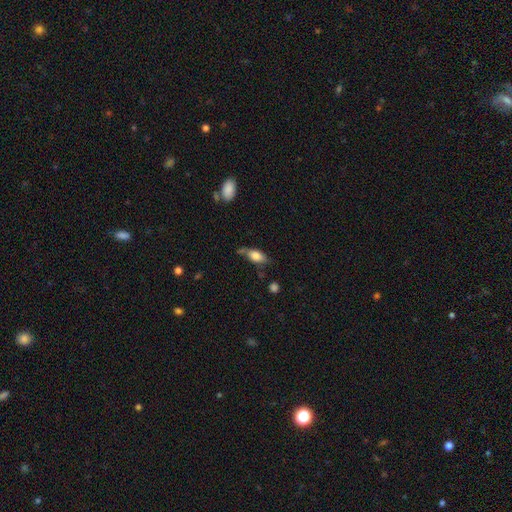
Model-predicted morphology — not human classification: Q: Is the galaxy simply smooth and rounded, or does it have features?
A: smooth — 73%.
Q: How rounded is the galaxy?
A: in between — 81%.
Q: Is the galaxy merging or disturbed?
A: none — 53%.